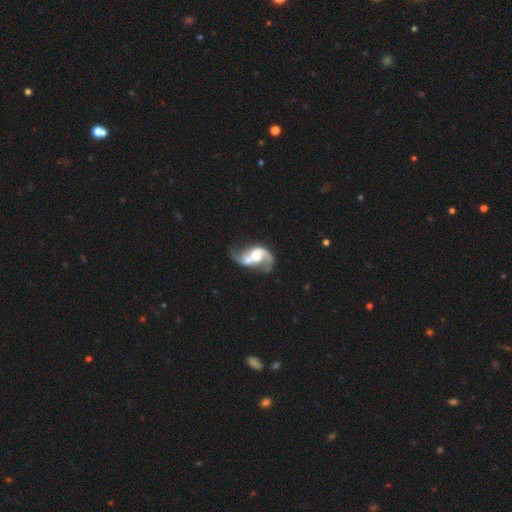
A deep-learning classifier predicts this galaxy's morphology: Smooth or featured?
  - featured or disk: 85% *
  - smooth: 9%
  - star or artifact: 5%
Edge-on disk?
  - no: 98% *
  - yes: 2%
Bar?
  - no: 42% *
  - weak: 40%
  - strong: 18%
Spiral arms?
  - yes: 93% *
  - no: 7%
Spiral winding?
  - loose: 62% *
  - medium: 32%
  - tight: 7%
Spiral arm count?
  - 2: 87% *
  - 1: 6%
  - can't tell: 3%
  - 3: 1%
  - 4: 1%
  - more than 4: 1%
Bulge size?
  - moderate: 47% *
  - large: 28%
  - small: 15%
  - none: 7%
  - dominant: 3%
Merging?
  - none: 39% *
  - merger: 25%
  - major disturbance: 19%
  - minor disturbance: 17%